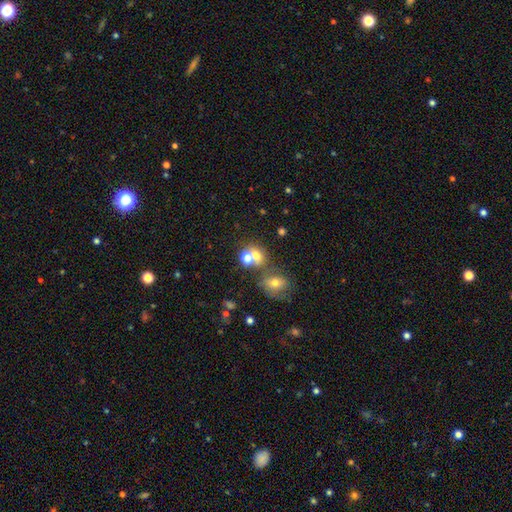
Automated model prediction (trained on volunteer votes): Morphology: type=smooth (67%); roundness=round (67%); merging=merger (46%).